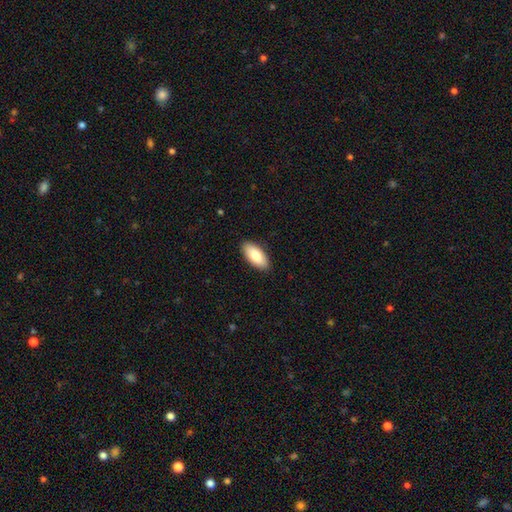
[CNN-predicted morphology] The model was most divided on "smooth or featured": smooth: 81%, featured or disk: 13%, star or artifact: 6%. More confident: merging — none (90%); how rounded — in between (89%).